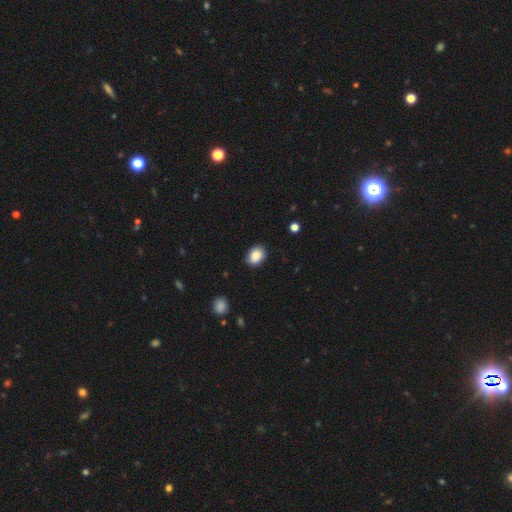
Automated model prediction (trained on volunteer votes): This appears to be a smooth galaxy with no disk features (88%) that is in between round and cigar-shaped (61%). Merging: none (85%).